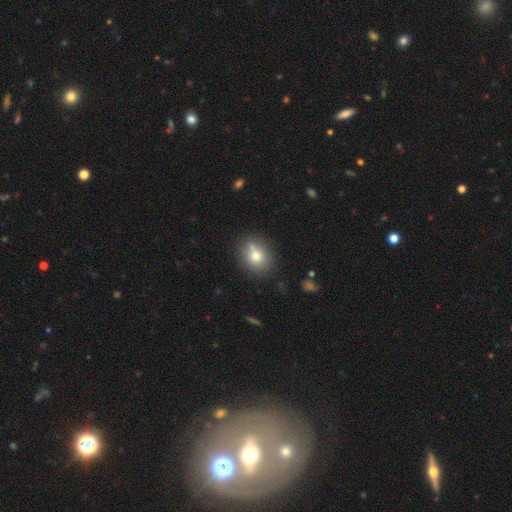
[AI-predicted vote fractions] This appears to be a smooth galaxy with no disk features (73%) that is round (56%). Merging: none (67%).